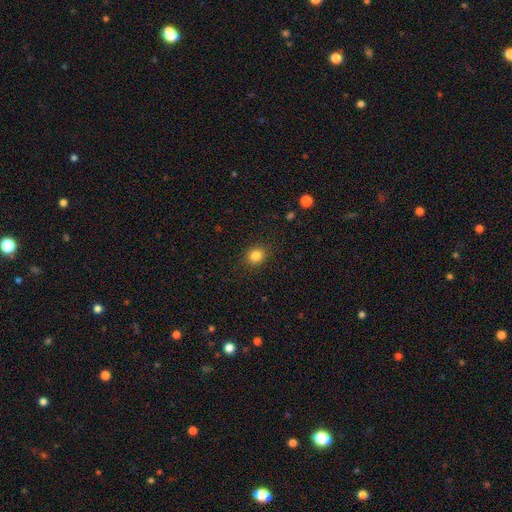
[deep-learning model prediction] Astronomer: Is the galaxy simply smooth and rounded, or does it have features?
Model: smooth — 83%.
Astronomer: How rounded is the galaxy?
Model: round — 82%.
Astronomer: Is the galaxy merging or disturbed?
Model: none — 90%.